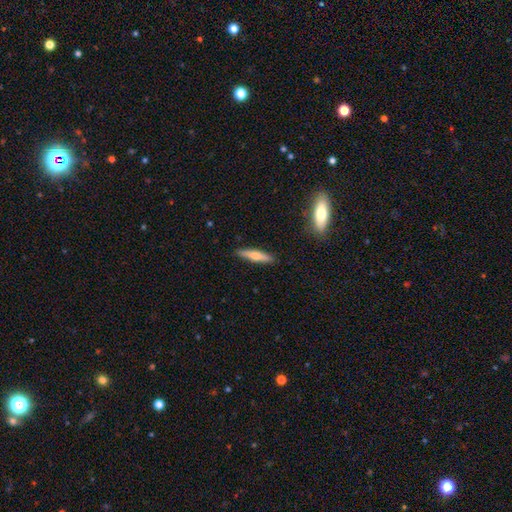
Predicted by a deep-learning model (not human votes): Smooth or featured? smooth (60%)
How rounded? cigar-shaped (85%)
Merging? none (89%)